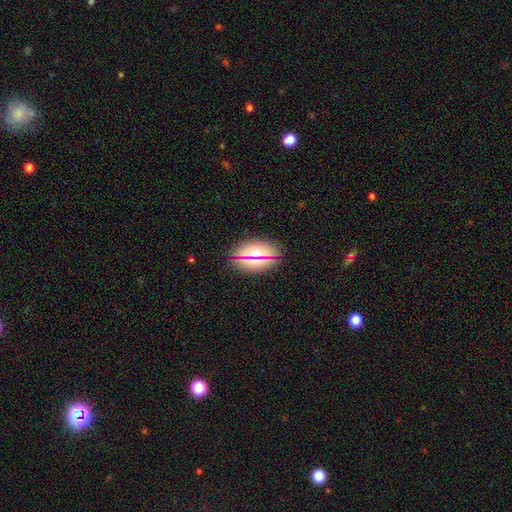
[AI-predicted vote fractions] Smooth or featured? Predicted: smooth (p=0.41). Merging? Predicted: none (p=0.83).